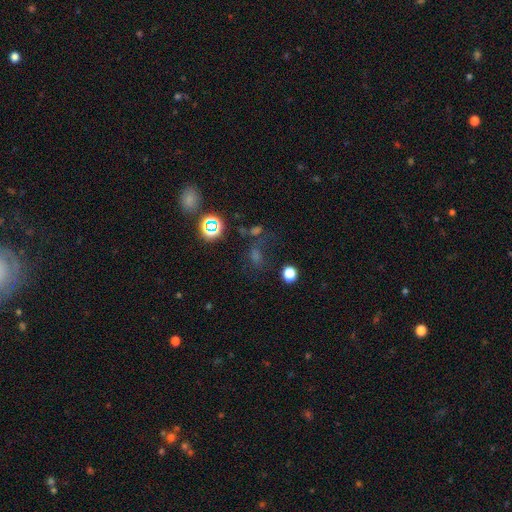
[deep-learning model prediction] Smooth or featured: smooth — 44% (star or artifact — 43%)
Merging: none — 58% (minor disturbance — 17%)